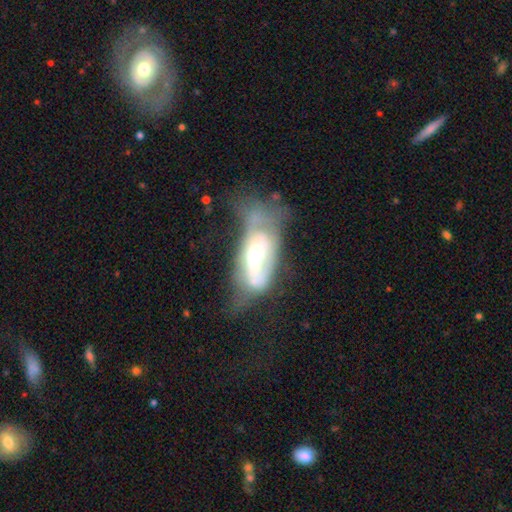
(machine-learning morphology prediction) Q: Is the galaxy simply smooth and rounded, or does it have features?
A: featured or disk — 62%.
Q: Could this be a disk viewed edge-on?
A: no — 86%.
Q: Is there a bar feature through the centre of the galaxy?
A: no — 59%.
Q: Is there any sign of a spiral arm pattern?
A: no — 55%.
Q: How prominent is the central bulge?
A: moderate — 62%.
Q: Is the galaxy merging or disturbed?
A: major disturbance — 41%.